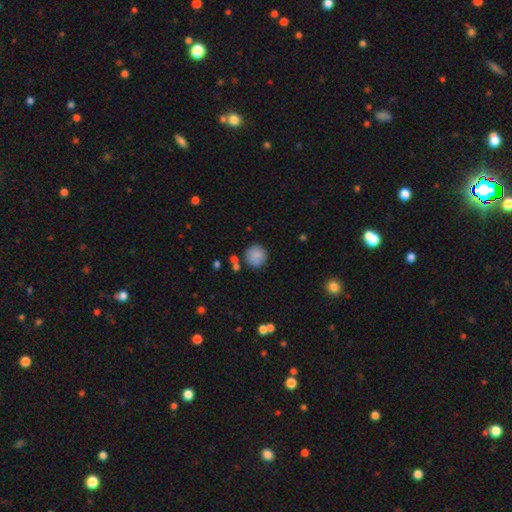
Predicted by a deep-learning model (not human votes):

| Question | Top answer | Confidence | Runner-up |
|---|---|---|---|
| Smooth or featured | smooth | 85% | star or artifact (8%) |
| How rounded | round | 93% | in between (6%) |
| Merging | none | 80% | minor disturbance (11%) |